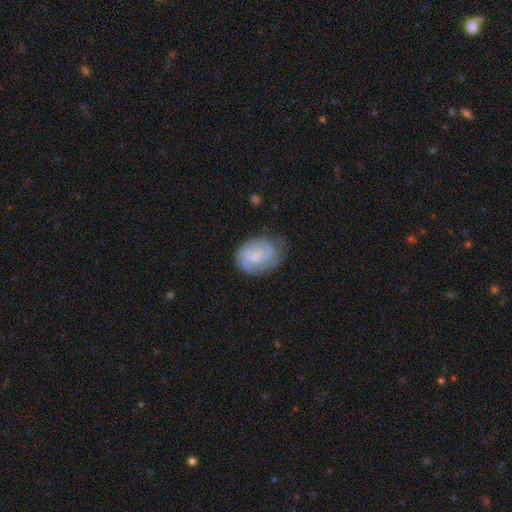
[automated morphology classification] featured or disk 66%, smooth 26%, star or artifact 7%. Down the decision tree: edge-on disk — no (98%); bar — no (55%); spiral arms — yes (86%); spiral arm count — can't tell (36%); spiral winding — tight (51%); bulge size — small (59%); merging — none (58%).